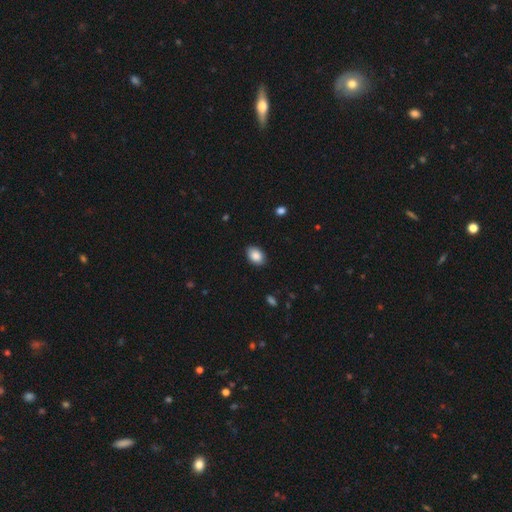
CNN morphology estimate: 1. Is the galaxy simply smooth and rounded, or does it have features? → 88% smooth, 7% star or artifact, 5% featured or disk.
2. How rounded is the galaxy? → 83% in between, 16% round, 1% cigar-shaped.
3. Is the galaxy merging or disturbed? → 88% none, 9% minor disturbance, 2% major disturbance, 1% merger.